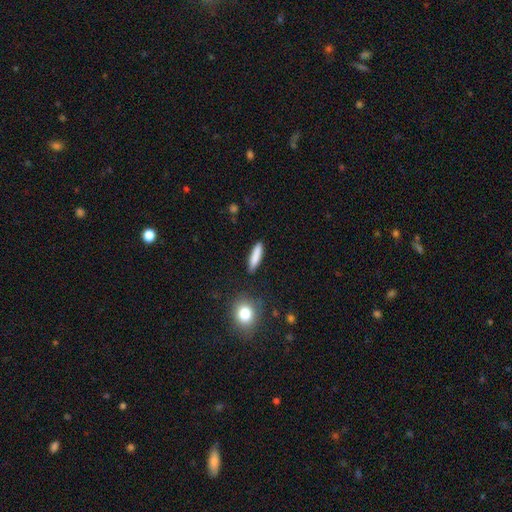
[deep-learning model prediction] This appears to be a smooth galaxy with no disk features (84%) that is cigar-shaped (79%). Merging: none (88%).